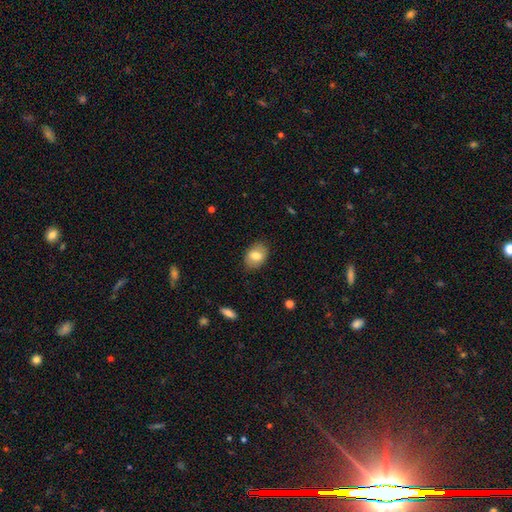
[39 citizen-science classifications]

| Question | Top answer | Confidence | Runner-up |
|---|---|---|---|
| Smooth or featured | smooth | 79% | featured or disk (18%) |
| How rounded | in between | 77% | round (23%) |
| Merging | none | 97% | minor disturbance (3%) |